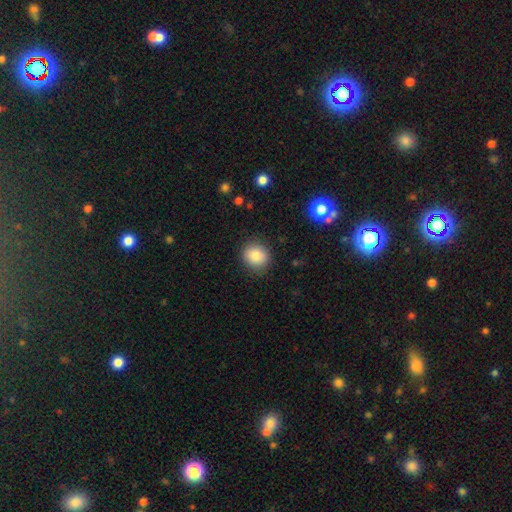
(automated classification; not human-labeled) Q: Smooth or featured?
A: smooth (86%); runner-up: star or artifact (9%)
Q: How rounded?
A: round (82%); runner-up: in between (17%)
Q: Merging?
A: none (87%); runner-up: minor disturbance (9%)